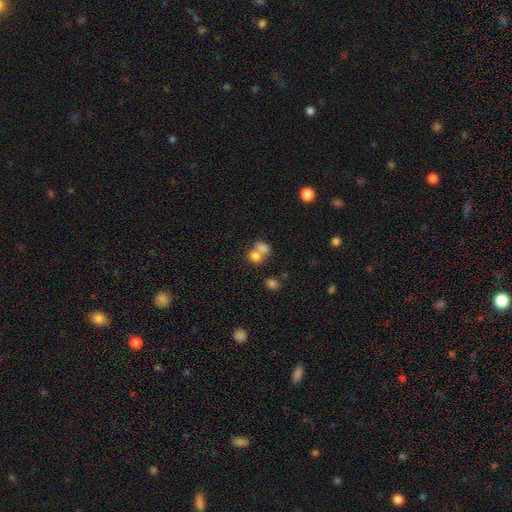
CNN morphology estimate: This appears to be a smooth galaxy with no disk features (76%) that is in between round and cigar-shaped (52%). Merging: merger (63%).